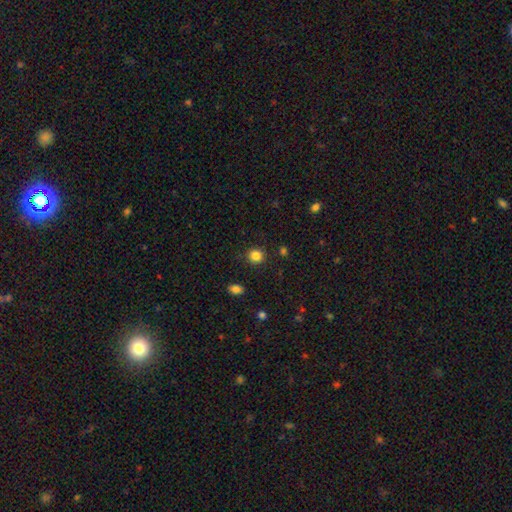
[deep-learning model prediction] Smooth or featured? smooth (85%)
How rounded? round (89%)
Merging? none (89%)